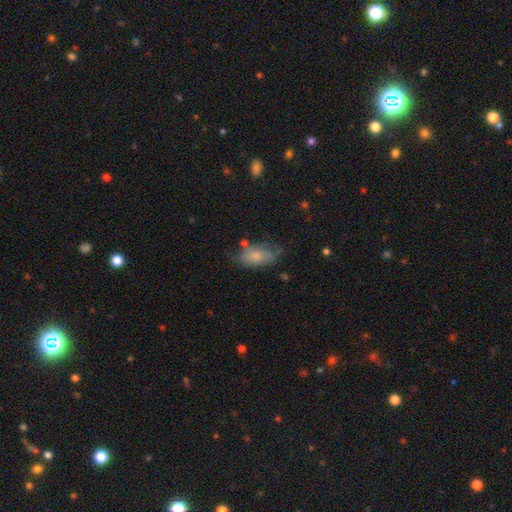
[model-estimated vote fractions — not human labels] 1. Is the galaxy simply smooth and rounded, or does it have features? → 63% smooth, 29% featured or disk, 8% star or artifact.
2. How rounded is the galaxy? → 91% in between, 5% round, 5% cigar-shaped.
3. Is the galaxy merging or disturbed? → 48% none, 31% minor disturbance, 16% major disturbance, 5% merger.